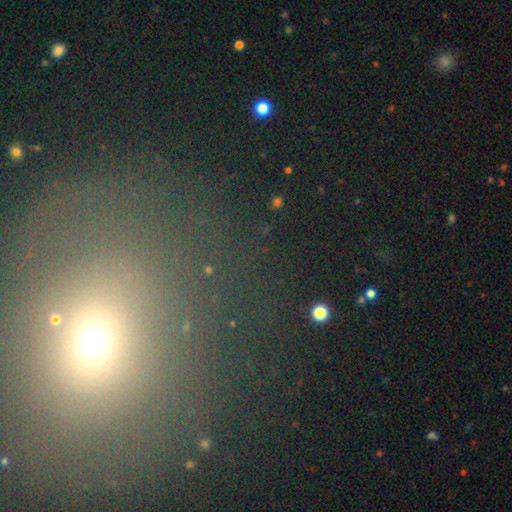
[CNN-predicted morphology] The model was most divided on "smooth or featured": star or artifact: 61%, smooth: 27%, featured or disk: 12%.